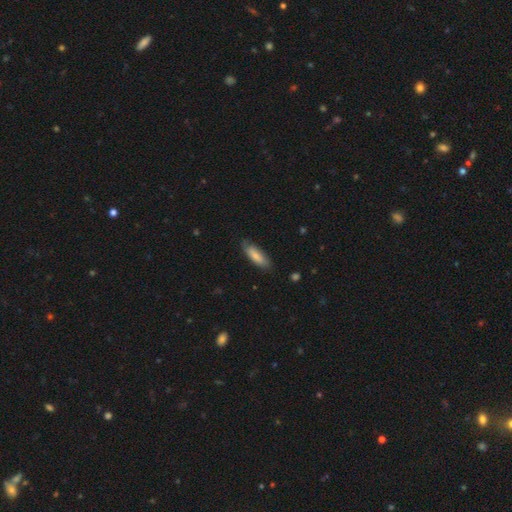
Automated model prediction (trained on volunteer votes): The model was most divided on "how rounded": in between: 55%, cigar-shaped: 43%, round: 2%. More confident: merging — none (79%); smooth or featured — smooth (79%).